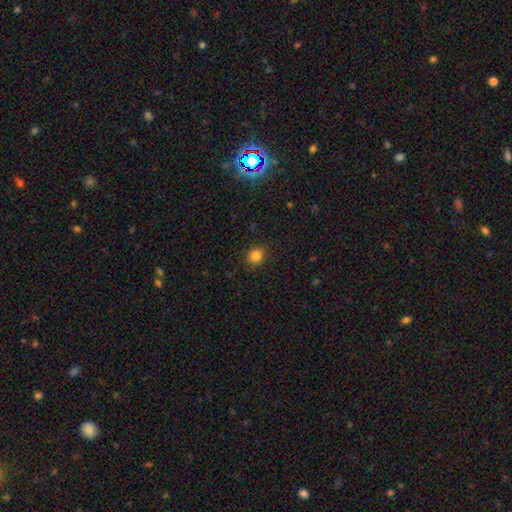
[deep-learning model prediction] Smooth or featured? Predicted: smooth (p=0.83). How rounded? Predicted: round (p=0.82). Merging? Predicted: none (p=0.89).